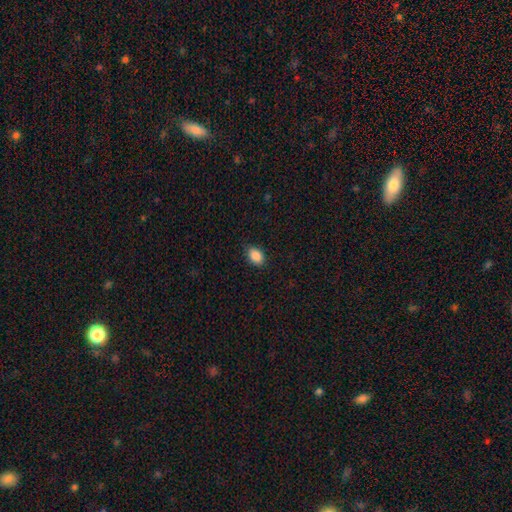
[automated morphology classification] The model was most divided on "how rounded": in between: 82%, round: 17%, cigar-shaped: 1%. More confident: smooth or featured — smooth (89%); merging — none (83%).